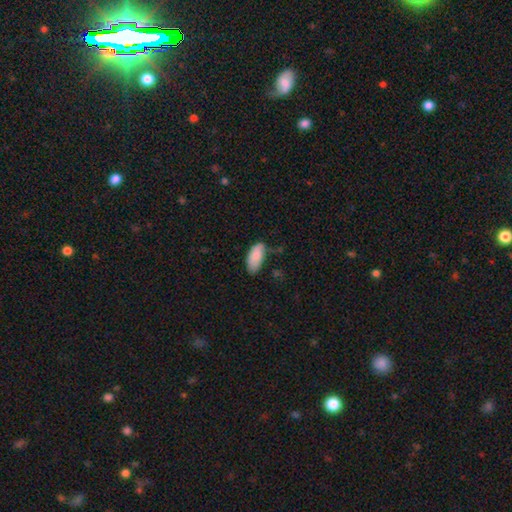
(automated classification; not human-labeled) This appears to be a smooth galaxy with no disk features (86%) that is in between round and cigar-shaped (91%). Merging: none (53%).